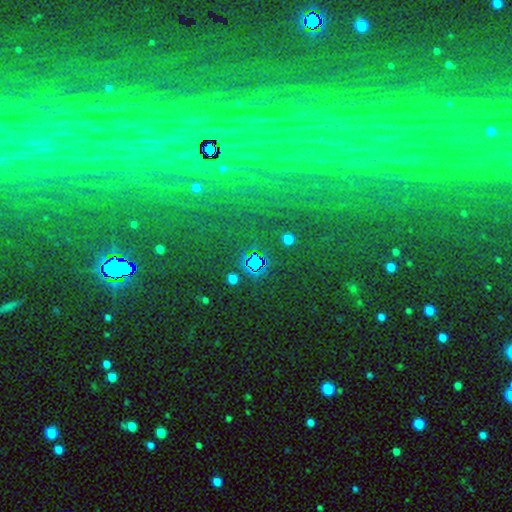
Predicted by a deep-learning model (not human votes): This appears to be a star or artifact, not a galaxy (72%).